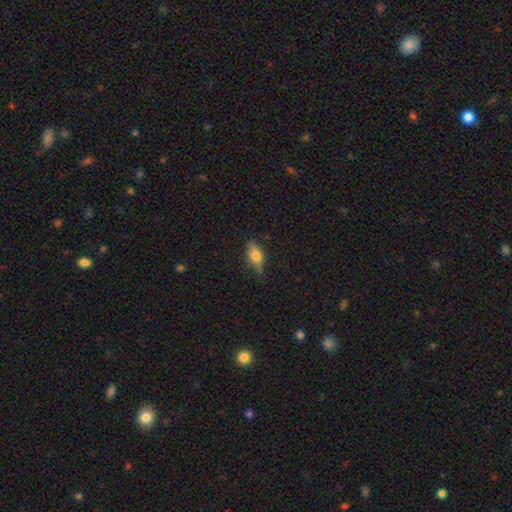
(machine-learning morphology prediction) A smooth galaxy with no disk features (57%) that is in between round and cigar-shaped (69%).

Vote fractions:
- Smooth or featured? smooth: 57% / featured or disk: 34% / star or artifact: 9%
- How rounded? in between: 69% / cigar-shaped: 27% / round: 4%
- Merging? none: 71% / minor disturbance: 23% / major disturbance: 5% / merger: 2%